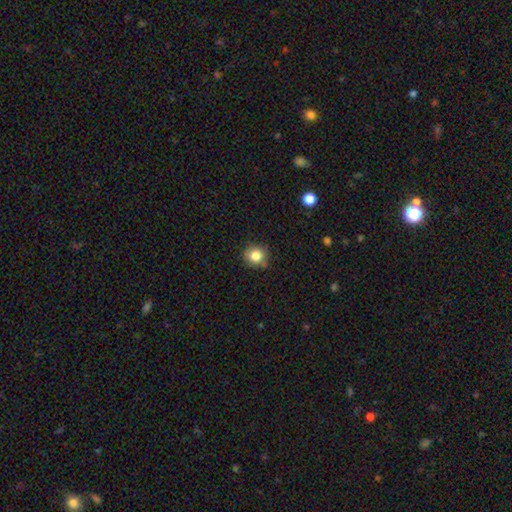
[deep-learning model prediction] Smooth or featured: smooth — 83% (star or artifact — 11%)
How rounded: round — 87% (in between — 13%)
Merging: none — 82% (minor disturbance — 13%)